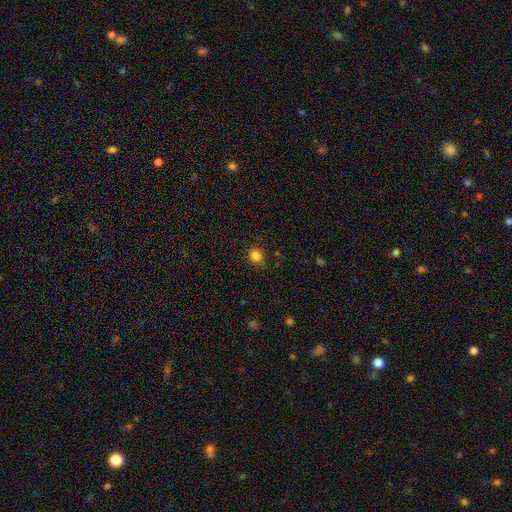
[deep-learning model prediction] Smooth or featured: smooth — 83% (star or artifact — 13%)
How rounded: round — 83% (in between — 16%)
Merging: none — 78% (minor disturbance — 16%)